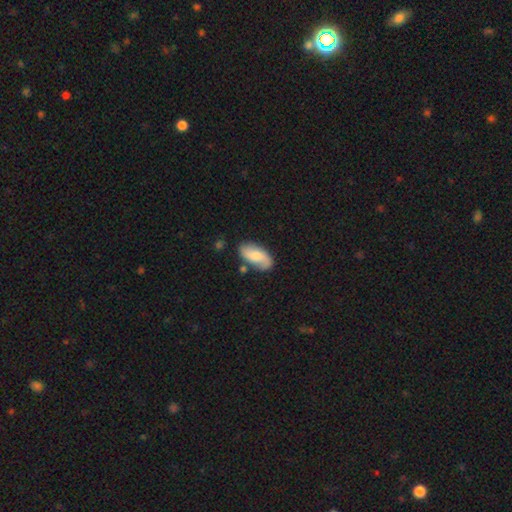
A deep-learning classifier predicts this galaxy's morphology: smooth 50%, featured or disk 43%, star or artifact 7%. Down the decision tree: merging — none (73%).